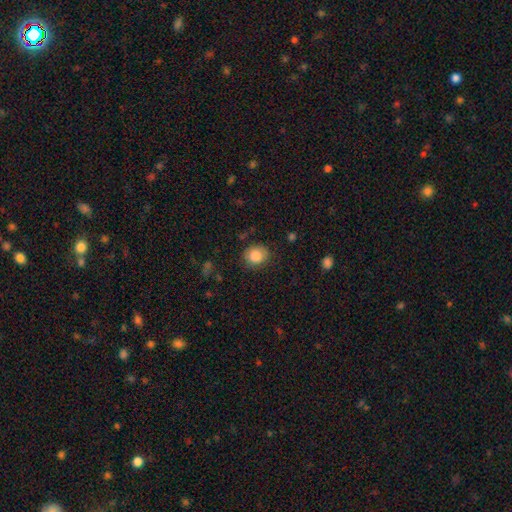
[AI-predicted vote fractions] This is clearly a smooth galaxy (86%). How rounded: likely round (70%). Merging: clearly none (82%).